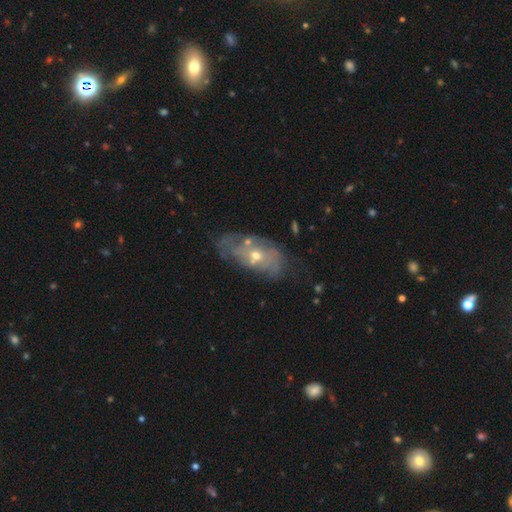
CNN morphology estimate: This is likely a featured or disk galaxy (66%). It is clearly not viewed edge-on (90%). Bar: clearly no (80%). Spiral arm pattern: possibly yes (56%). Central bulge: possibly moderate (50%). Merging: possibly none (56%).